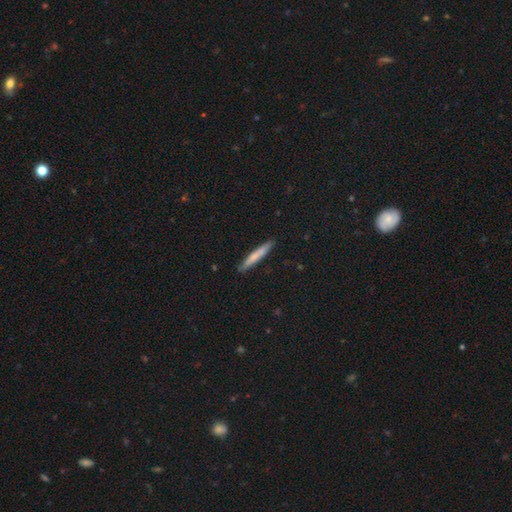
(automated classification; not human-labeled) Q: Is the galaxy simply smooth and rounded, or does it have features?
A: smooth — 64%.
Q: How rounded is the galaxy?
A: cigar-shaped — 95%.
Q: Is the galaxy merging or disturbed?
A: none — 90%.